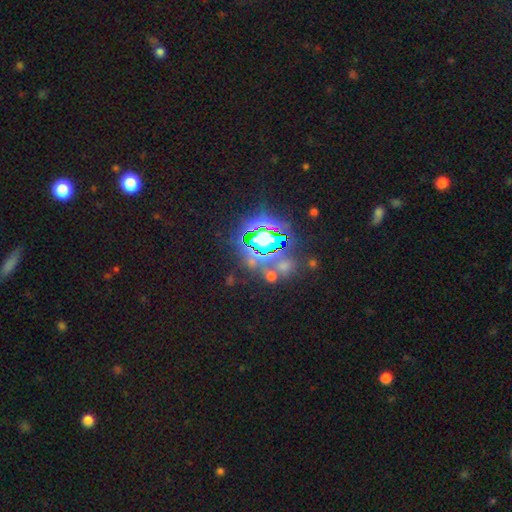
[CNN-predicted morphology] Q: Smooth or featured?
A: star or artifact (73%); runner-up: smooth (15%)